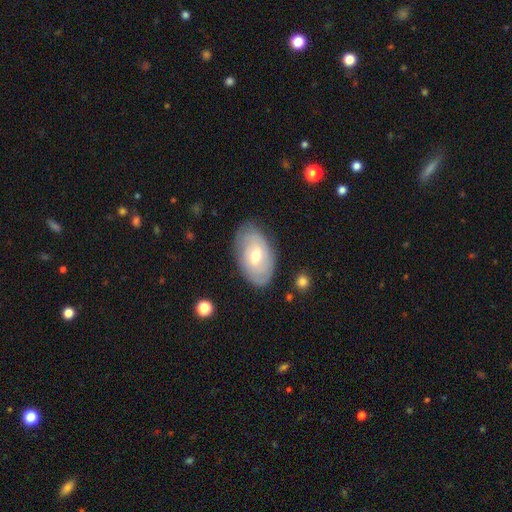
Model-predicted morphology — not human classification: featured or disk 49%, smooth 44%, star or artifact 7%. Down the decision tree: merging — none (79%).